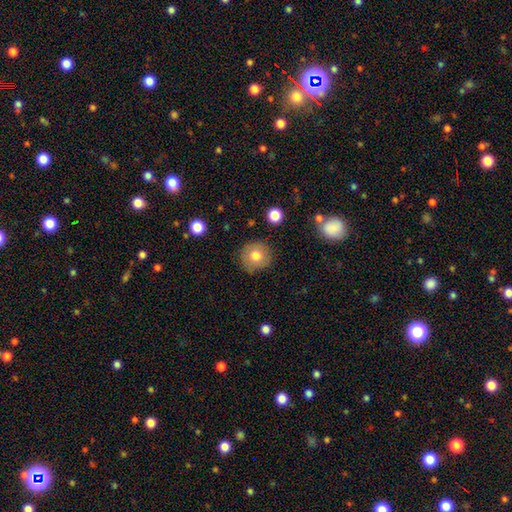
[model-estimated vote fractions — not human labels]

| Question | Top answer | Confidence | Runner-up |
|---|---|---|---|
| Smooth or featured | smooth | 76% | featured or disk (14%) |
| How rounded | round | 93% | in between (6%) |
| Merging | none | 84% | minor disturbance (12%) |